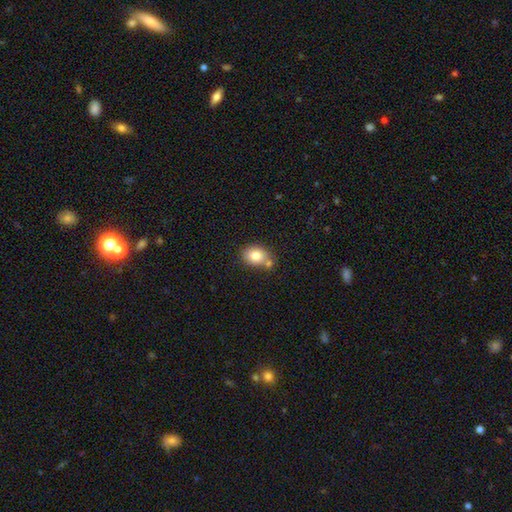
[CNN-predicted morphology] A smooth galaxy with no disk features (79%) that is in between round and cigar-shaped (55%). Merging: none (59%).